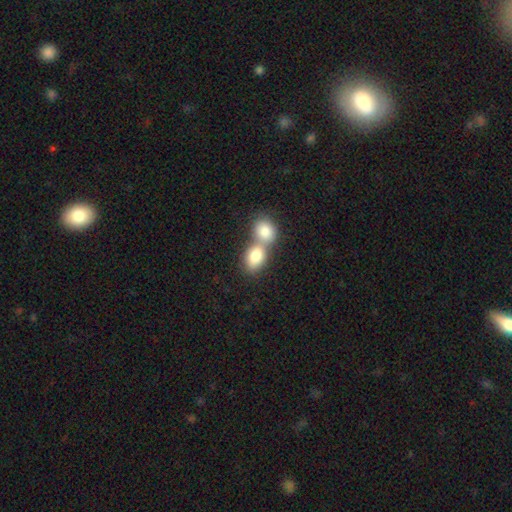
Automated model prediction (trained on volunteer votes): A smooth galaxy with no disk features (82%) that is in between round and cigar-shaped (74%).

Vote fractions:
- Smooth or featured? smooth: 82% / featured or disk: 11% / star or artifact: 7%
- How rounded? in between: 74% / round: 24% / cigar-shaped: 2%
- Merging? merger: 68% / none: 23% / minor disturbance: 6% / major disturbance: 3%